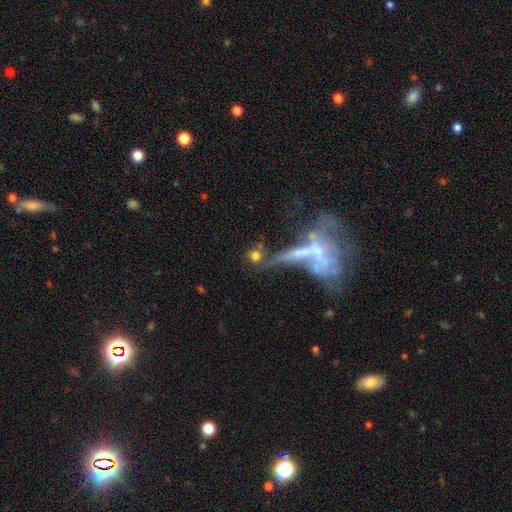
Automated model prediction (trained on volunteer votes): smooth_or_featured: smooth (p=0.68) [alt: featured or disk p=0.19]
how_rounded: round (p=0.70) [alt: in between p=0.17]
merging: none (p=0.55) [alt: merger p=0.25]